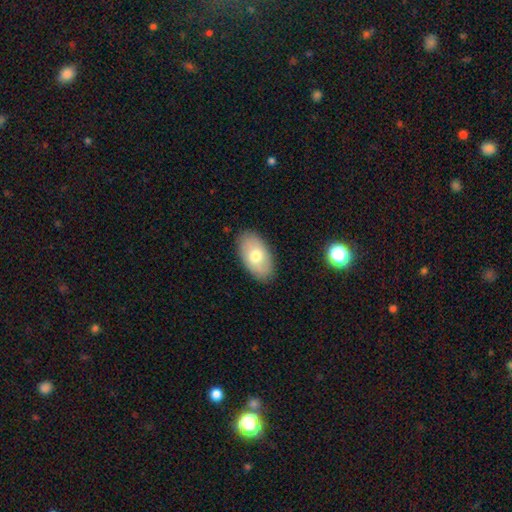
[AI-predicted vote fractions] Smooth or featured? Predicted: smooth (p=0.69). How rounded? Predicted: in between (p=0.93). Merging? Predicted: none (p=0.85).